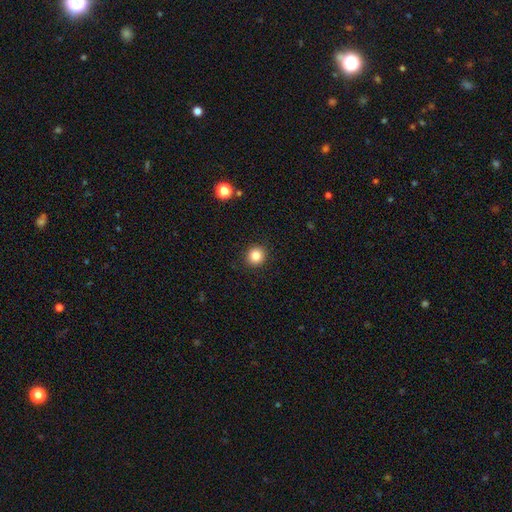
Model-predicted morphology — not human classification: This appears to be a smooth galaxy with no disk features (84%) that is round (89%). Merging: none (92%).